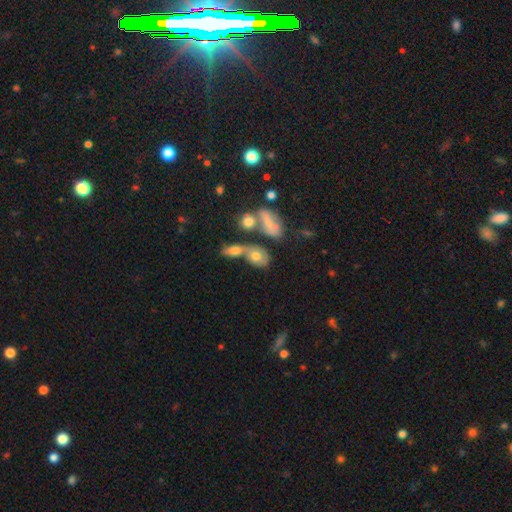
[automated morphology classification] Smooth or featured? Predicted: smooth (p=0.60). How rounded? Predicted: in between (p=0.70). Merging? Predicted: merger (p=0.53).